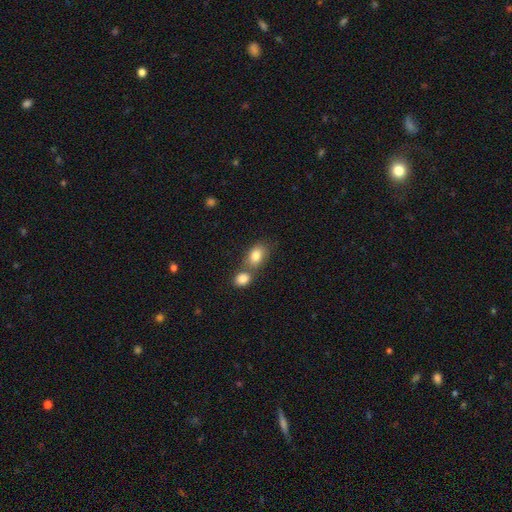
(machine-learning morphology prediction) smooth_or_featured: smooth (p=0.83) [alt: featured or disk p=0.09]
how_rounded: in between (p=0.76) [alt: round p=0.22]
merging: merger (p=0.44) [alt: none p=0.43]